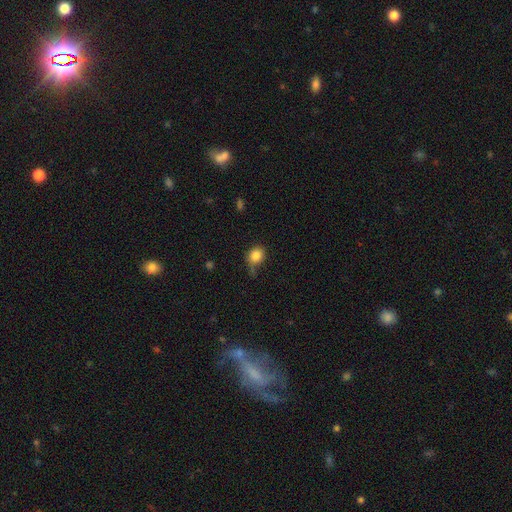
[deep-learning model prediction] This appears to be a smooth galaxy with no disk features (85%) that is round (69%). Merging: none (61%).